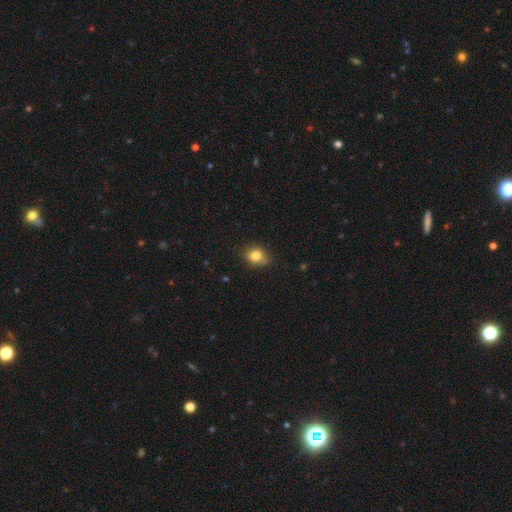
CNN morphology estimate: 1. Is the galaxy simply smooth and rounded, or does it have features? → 82% smooth, 11% star or artifact, 7% featured or disk.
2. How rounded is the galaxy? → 66% round, 33% in between, 1% cigar-shaped.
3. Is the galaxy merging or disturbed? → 72% none, 22% minor disturbance, 4% major disturbance, 2% merger.